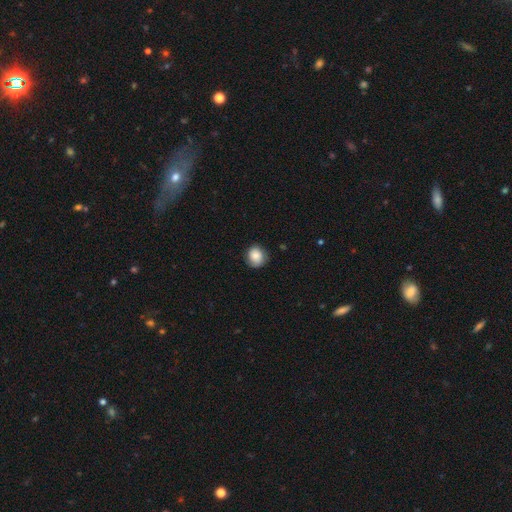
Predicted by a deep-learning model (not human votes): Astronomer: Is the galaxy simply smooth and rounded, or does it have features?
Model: smooth — 78%.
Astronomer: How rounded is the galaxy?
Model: round — 80%.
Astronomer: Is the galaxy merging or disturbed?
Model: none — 77%.